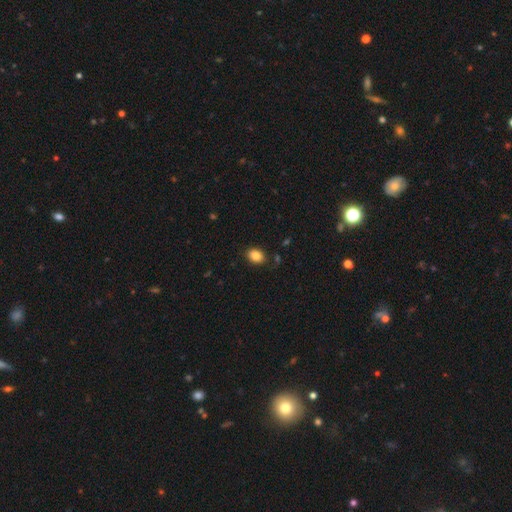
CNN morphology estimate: Smooth or featured? Predicted: smooth (p=0.86). How rounded? Predicted: in between (p=0.76). Merging? Predicted: none (p=0.86).